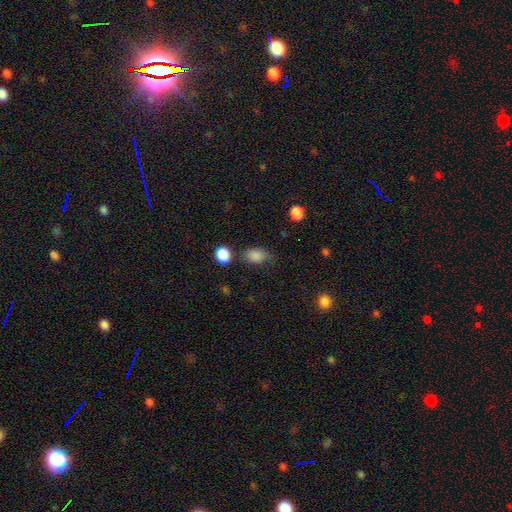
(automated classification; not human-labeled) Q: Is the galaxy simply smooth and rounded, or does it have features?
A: smooth — 85%.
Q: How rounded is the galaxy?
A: in between — 80%.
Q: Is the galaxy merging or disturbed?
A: none — 62%.